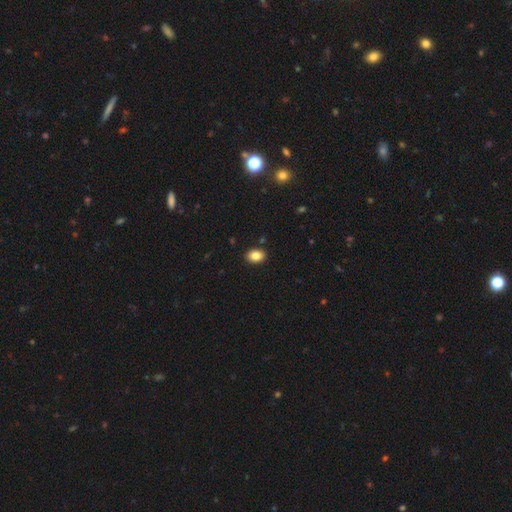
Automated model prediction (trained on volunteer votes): Overall: smooth (86%). How rounded: in between (74%). Merging: none (90%).